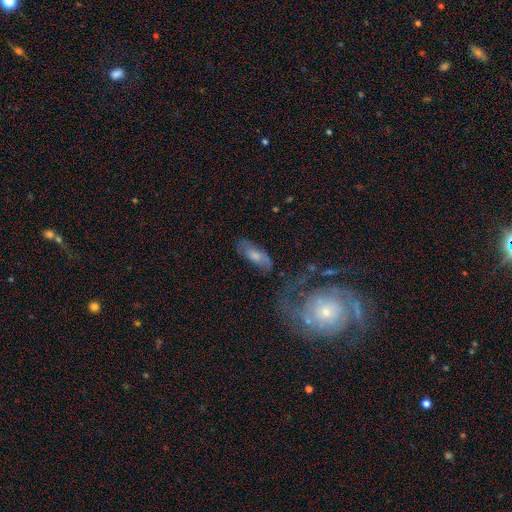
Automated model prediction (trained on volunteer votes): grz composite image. It shows a smooth galaxy with no disk features (60%) that is in between round and cigar-shaped (67%). Merging: none (62%).